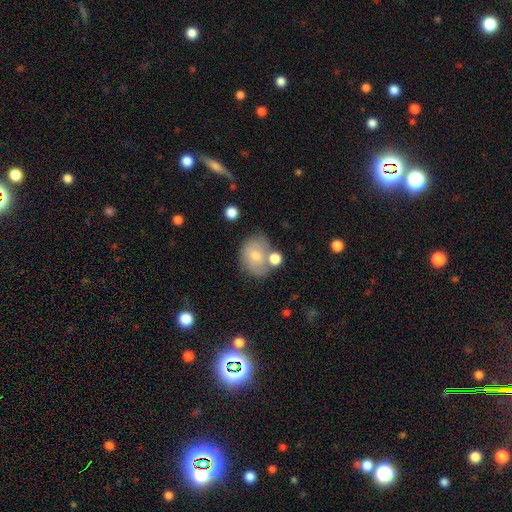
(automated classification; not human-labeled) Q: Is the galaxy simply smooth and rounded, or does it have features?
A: smooth — 61%.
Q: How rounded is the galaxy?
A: round — 51%.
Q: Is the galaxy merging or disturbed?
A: none — 51%.